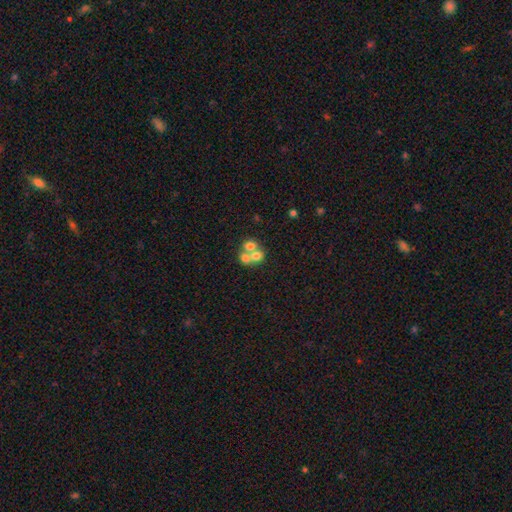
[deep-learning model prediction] The model was most divided on "smooth or featured": smooth: 61%, featured or disk: 27%, star or artifact: 13%. More confident: how rounded — round (73%); merging — merger (64%).